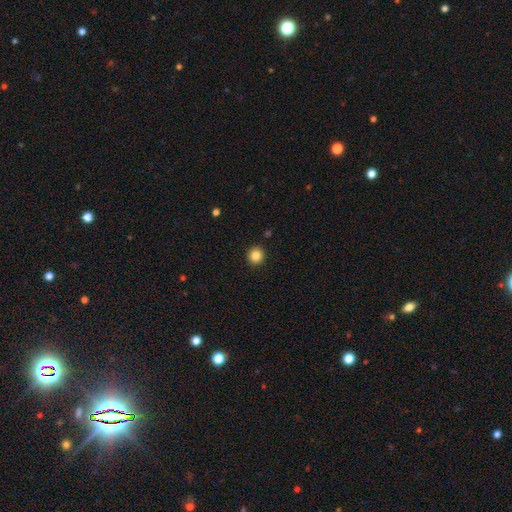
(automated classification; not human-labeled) The model was most divided on "smooth or featured": smooth: 85%, star or artifact: 11%, featured or disk: 4%. More confident: merging — none (93%); how rounded — round (92%).